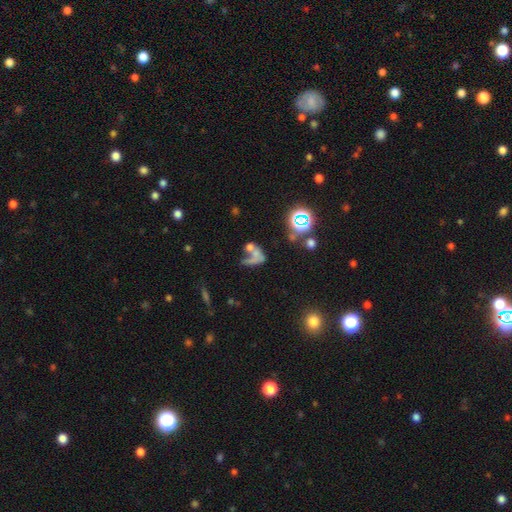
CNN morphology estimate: Smooth or featured: smooth — 42% (featured or disk — 35%)
Merging: merger — 42% (major disturbance — 27%)